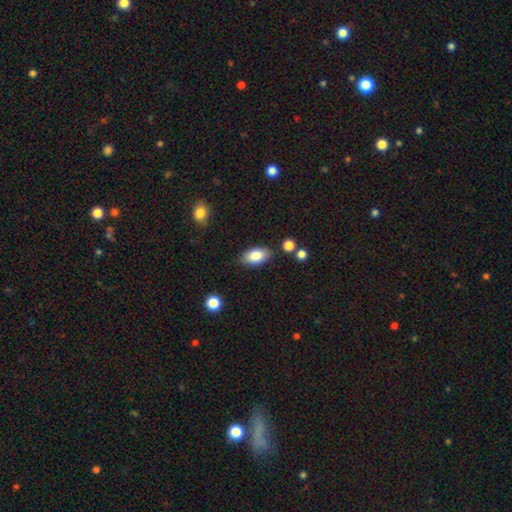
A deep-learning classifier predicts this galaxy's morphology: Q: Smooth or featured?
A: smooth (83%); runner-up: featured or disk (10%)
Q: How rounded?
A: in between (91%); runner-up: round (5%)
Q: Merging?
A: none (83%); runner-up: minor disturbance (11%)